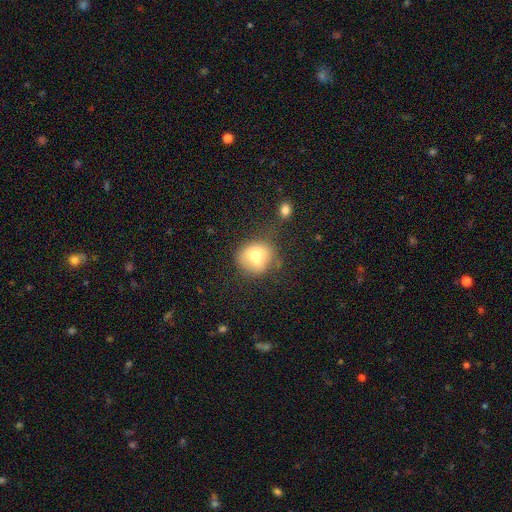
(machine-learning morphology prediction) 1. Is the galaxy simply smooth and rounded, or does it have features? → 68% smooth, 22% featured or disk, 10% star or artifact.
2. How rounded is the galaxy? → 74% round, 25% in between, 1% cigar-shaped.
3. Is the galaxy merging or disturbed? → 47% none, 24% merger, 20% minor disturbance, 9% major disturbance.